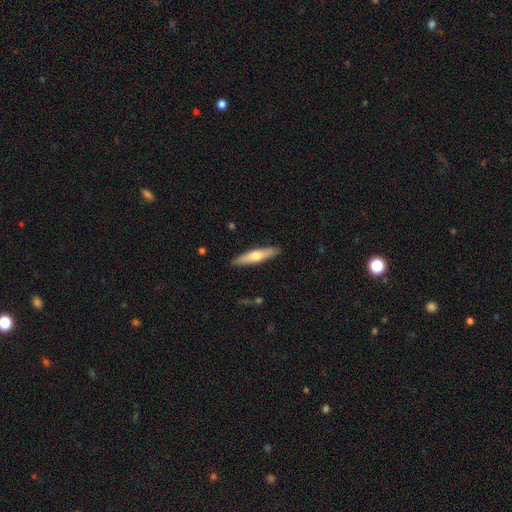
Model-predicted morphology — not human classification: Smooth or featured? Predicted: smooth (p=0.52). How rounded? Predicted: cigar-shaped (p=0.80). Merging? Predicted: none (p=0.90).